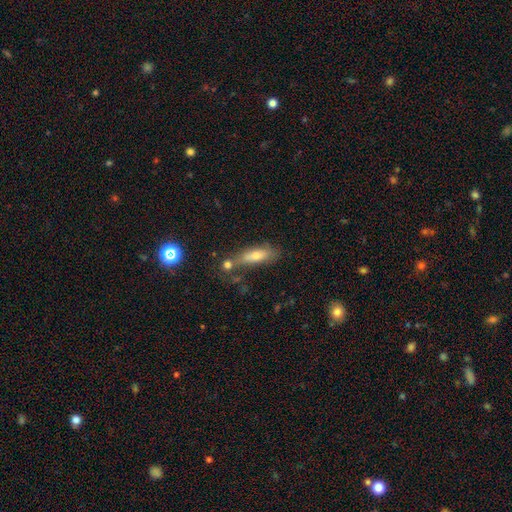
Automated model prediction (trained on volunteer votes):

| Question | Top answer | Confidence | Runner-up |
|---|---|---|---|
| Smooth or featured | smooth | 62% | featured or disk (27%) |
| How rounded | cigar-shaped | 48% | tied: in between (48%) |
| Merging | none | 55% | minor disturbance (19%) |